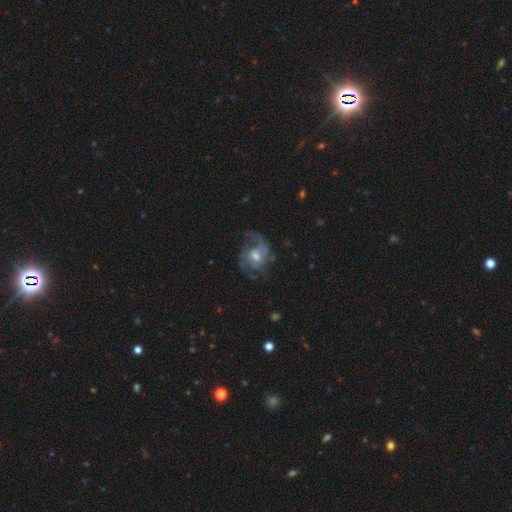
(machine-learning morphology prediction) smooth_or_featured: featured or disk (p=0.75) [alt: smooth p=0.18]
disk_edge_on: no (p=0.97) [alt: yes p=0.03]
bar: no (p=0.46) [alt: weak p=0.45]
has_spiral_arms: yes (p=0.86) [alt: no p=0.14]
spiral_winding: medium (p=0.45) [alt: loose p=0.36]
spiral_arm_count: 2 (p=0.47) [alt: can't tell p=0.23]
bulge_size: moderate (p=0.57) [alt: small p=0.31]
merging: none (p=0.53) [alt: major disturbance p=0.26]